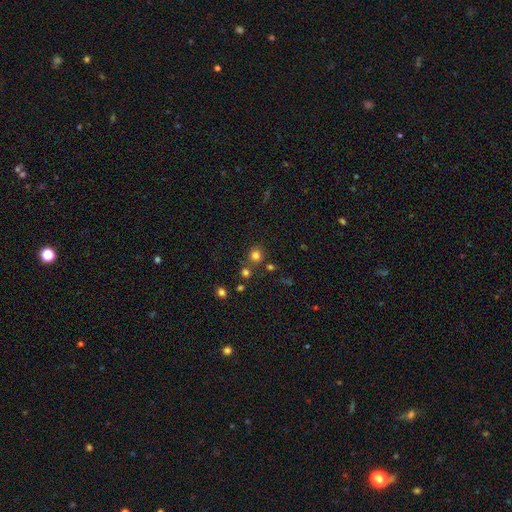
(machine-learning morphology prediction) smooth_or_featured: smooth (p=0.77) [alt: star or artifact p=0.17]
how_rounded: round (p=0.91) [alt: in between p=0.08]
merging: none (p=0.77) [alt: merger p=0.12]